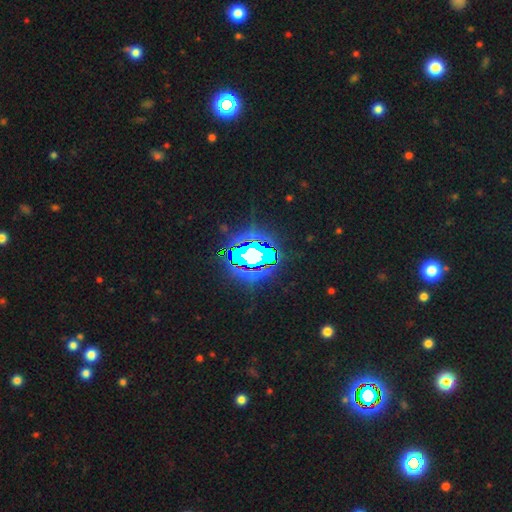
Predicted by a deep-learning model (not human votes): Smooth or featured?
  - star or artifact: 67% *
  - featured or disk: 20%
  - smooth: 13%